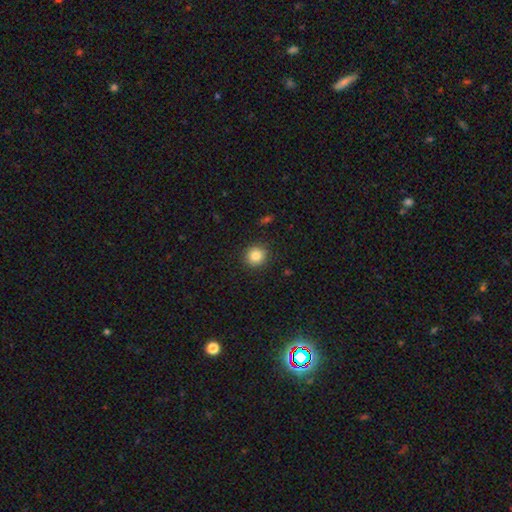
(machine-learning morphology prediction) smooth-or-featured: smooth: 85% | star or artifact: 10% | featured or disk: 5%
  how-rounded: round: 90% | in between: 9% | cigar-shaped: 1%
  merging: none: 91% | minor disturbance: 6% | major disturbance: 2% | merger: 1%